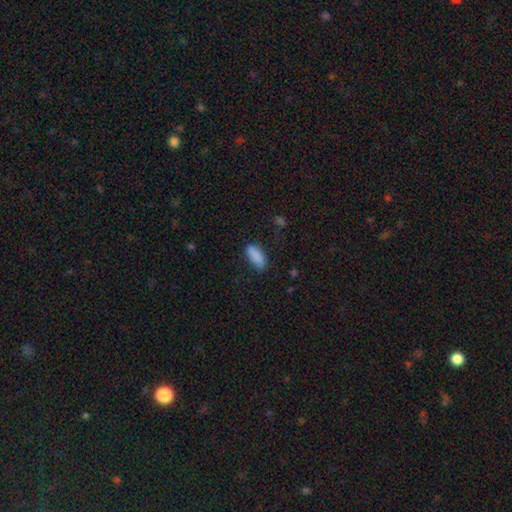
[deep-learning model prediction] smooth-or-featured: smooth: 88% | star or artifact: 7% | featured or disk: 5%
  how-rounded: in between: 83% | cigar-shaped: 15% | round: 2%
  merging: none: 74% | minor disturbance: 19% | major disturbance: 5% | merger: 2%